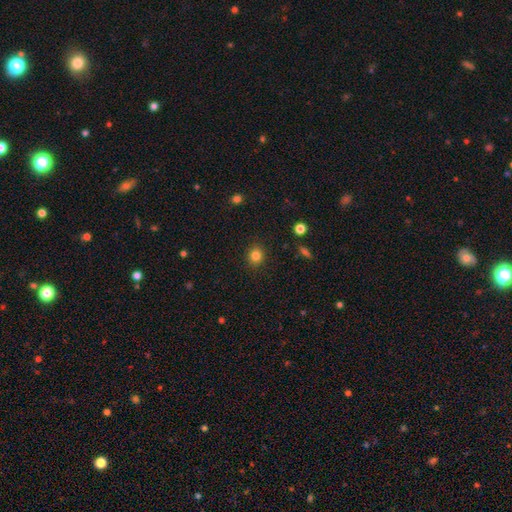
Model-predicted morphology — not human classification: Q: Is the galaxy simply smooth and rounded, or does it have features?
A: smooth — 83%.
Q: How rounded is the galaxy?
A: round — 83%.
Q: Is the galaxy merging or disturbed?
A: none — 90%.